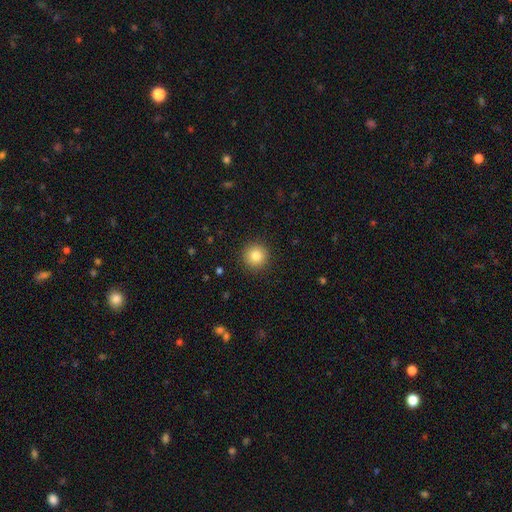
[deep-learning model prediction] smooth_or_featured: smooth (p=0.83) [alt: star or artifact p=0.10]
how_rounded: round (p=0.95) [alt: in between p=0.04]
merging: none (p=0.91) [alt: minor disturbance p=0.06]